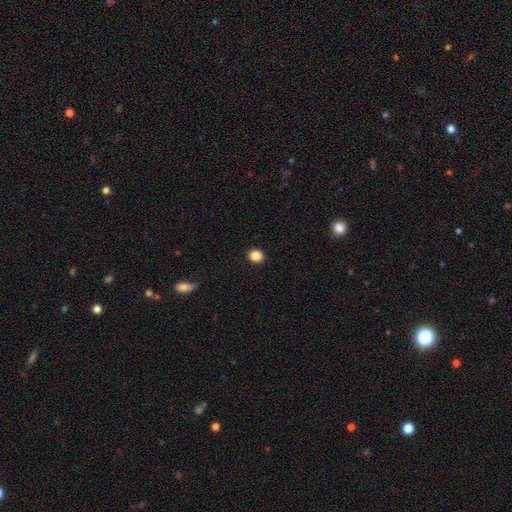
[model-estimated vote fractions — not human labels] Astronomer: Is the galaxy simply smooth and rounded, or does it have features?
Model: smooth — 86%.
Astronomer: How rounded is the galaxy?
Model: round — 79%.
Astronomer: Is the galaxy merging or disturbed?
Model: none — 92%.